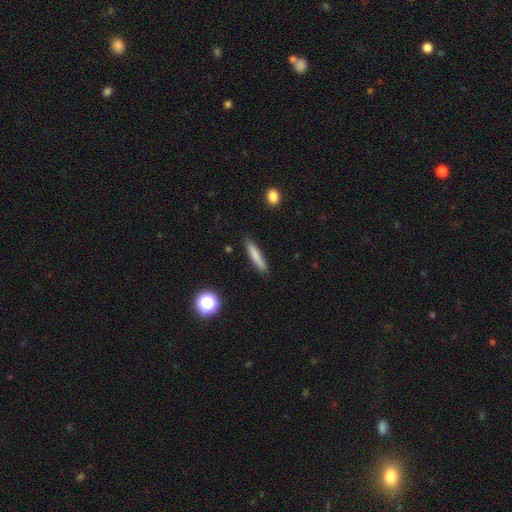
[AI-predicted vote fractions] Smooth or featured: smooth — 80% (featured or disk — 13%)
How rounded: cigar-shaped — 88% (in between — 10%)
Merging: none — 87% (minor disturbance — 9%)